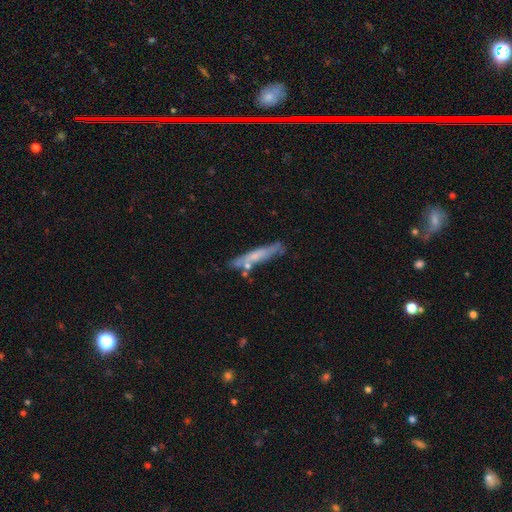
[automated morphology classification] A smooth galaxy with no disk features (52%) that is cigar-shaped (91%). Merging: none (70%).